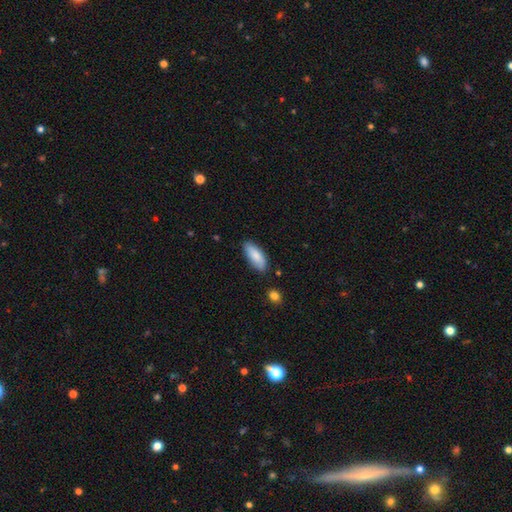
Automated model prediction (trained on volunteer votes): The model was most divided on "how rounded": in between: 77%, cigar-shaped: 22%, round: 2%. More confident: smooth or featured — smooth (83%); merging — none (80%).